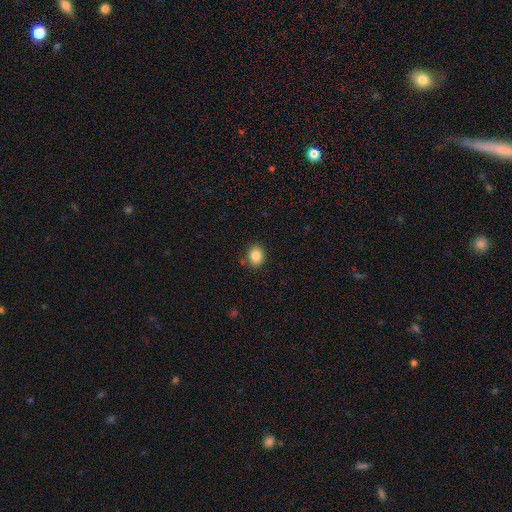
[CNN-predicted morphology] Smooth or featured? Predicted: smooth (p=0.85). How rounded? Predicted: round (p=0.70). Merging? Predicted: none (p=0.86).